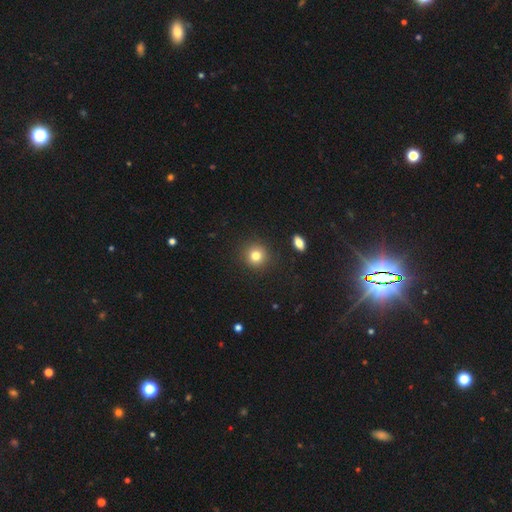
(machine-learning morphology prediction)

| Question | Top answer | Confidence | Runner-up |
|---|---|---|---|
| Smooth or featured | smooth | 80% | star or artifact (12%) |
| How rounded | round | 92% | in between (7%) |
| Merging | none | 90% | minor disturbance (6%) |